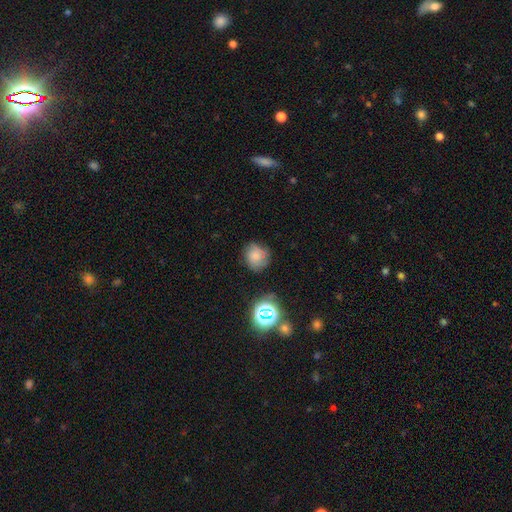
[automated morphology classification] Smooth or featured? smooth (68%)
How rounded? round (81%)
Merging? none (69%)